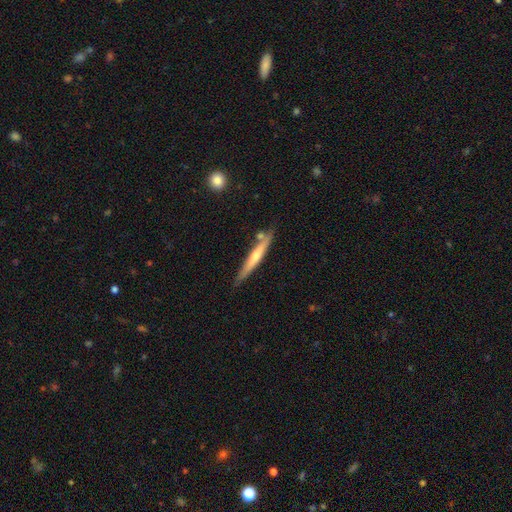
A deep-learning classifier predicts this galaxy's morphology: Smooth or featured: featured or disk — 51% (smooth — 43%)
Edge-on disk: yes — 93% (no — 7%)
Merging: none — 74% (minor disturbance — 15%)